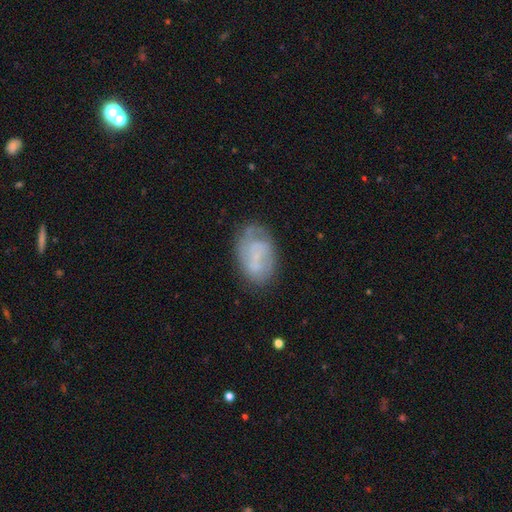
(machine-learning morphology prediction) smooth_or_featured: featured or disk (p=0.53) [alt: smooth p=0.38]
disk_edge_on: no (p=0.96) [alt: yes p=0.04]
bar: no (p=0.56) [alt: weak p=0.34]
has_spiral_arms: yes (p=0.57) [alt: no p=0.43]
bulge_size: none (p=0.44) [alt: small p=0.41]
merging: none (p=0.60) [alt: minor disturbance p=0.24]